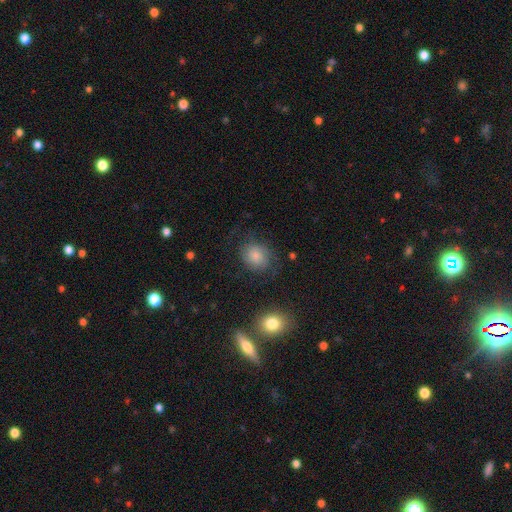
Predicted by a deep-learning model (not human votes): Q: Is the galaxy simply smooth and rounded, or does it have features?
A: smooth — 63%.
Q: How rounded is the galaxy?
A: round — 62%.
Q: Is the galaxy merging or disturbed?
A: none — 68%.